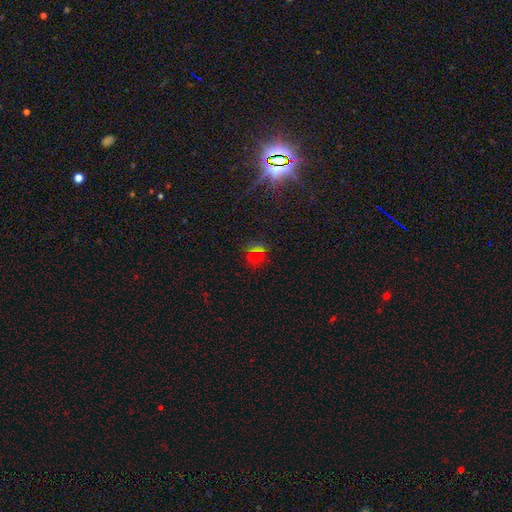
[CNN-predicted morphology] type=smooth (51%); roundness=round (83%); merging=none (83%).